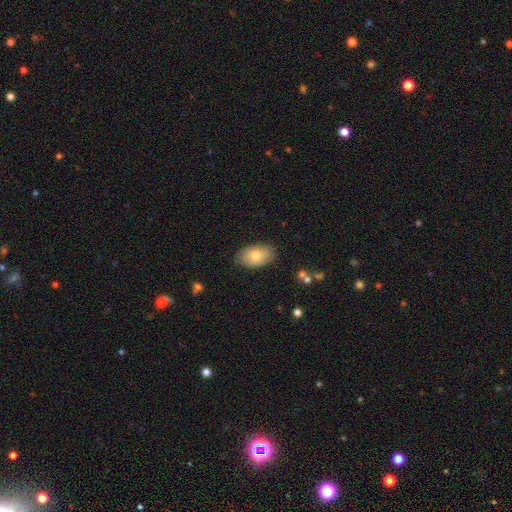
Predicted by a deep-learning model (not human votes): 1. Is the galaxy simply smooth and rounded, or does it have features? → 76% smooth, 17% featured or disk, 7% star or artifact.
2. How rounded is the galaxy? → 93% in between, 6% round, 1% cigar-shaped.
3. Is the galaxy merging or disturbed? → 83% none, 13% minor disturbance, 3% major disturbance, 1% merger.